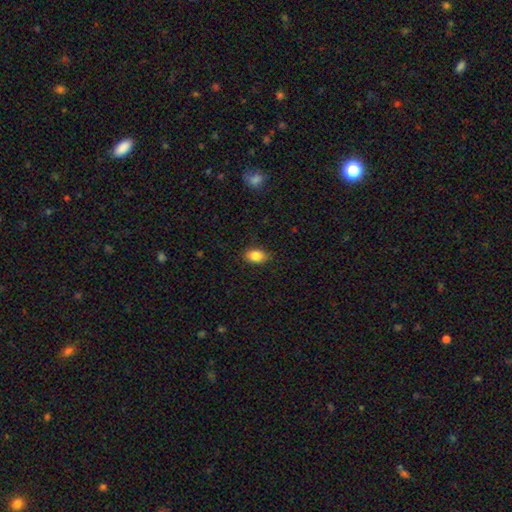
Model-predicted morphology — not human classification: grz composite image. It shows a smooth galaxy with no disk features (86%) that is in between round and cigar-shaped (87%). Merging: none (87%).